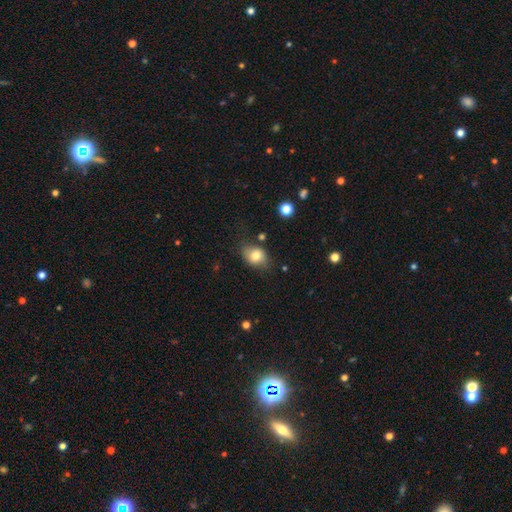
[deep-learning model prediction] Morphology: type=smooth (77%); roundness=in between (66%); merging=none (69%).